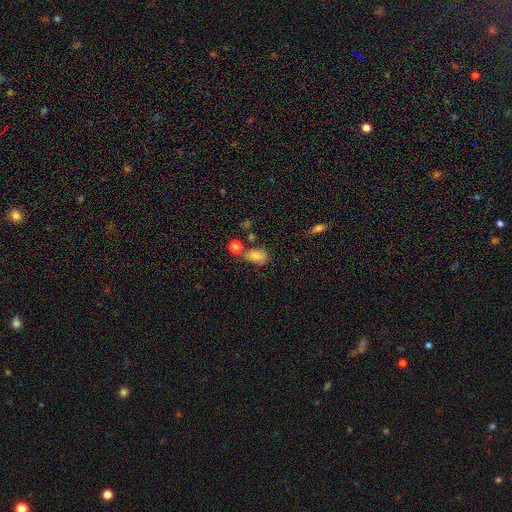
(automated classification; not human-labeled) A smooth galaxy with no disk features (78%) that is in between round and cigar-shaped (81%).

Vote fractions:
- Smooth or featured? smooth: 78% / star or artifact: 12% / featured or disk: 11%
- How rounded? in between: 81% / round: 16% / cigar-shaped: 3%
- Merging? none: 56% / minor disturbance: 21% / merger: 15% / major disturbance: 8%